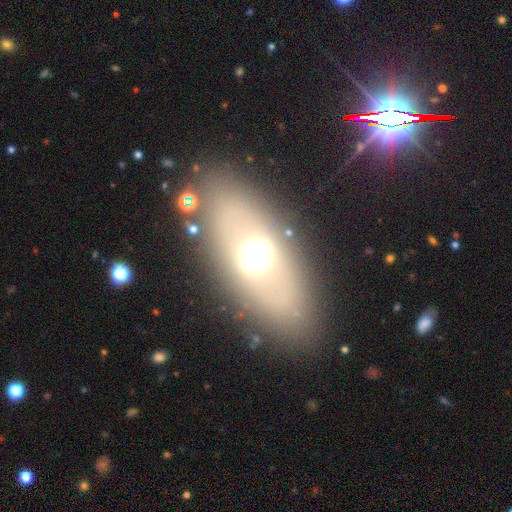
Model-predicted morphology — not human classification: This is marginally a smooth galaxy (45%). Merging: clearly none (83%).